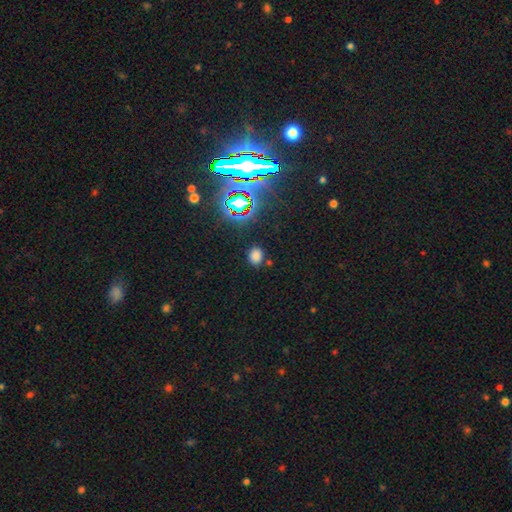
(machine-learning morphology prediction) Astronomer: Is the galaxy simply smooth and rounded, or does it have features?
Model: smooth — 71%.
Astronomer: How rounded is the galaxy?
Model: round — 55% (runner-up: in between, 44%).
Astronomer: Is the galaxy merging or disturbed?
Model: none — 84%.